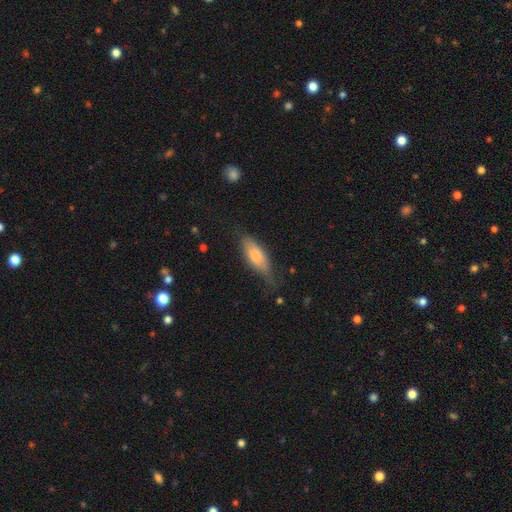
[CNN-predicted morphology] type=smooth (74%); roundness=in between (70%); merging=none (55%).